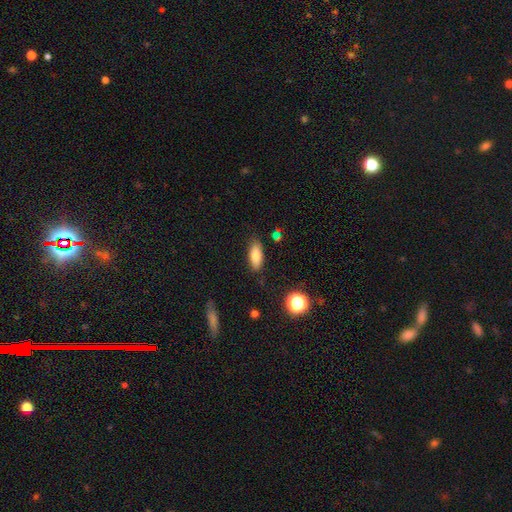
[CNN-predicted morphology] A smooth galaxy with no disk features (81%) that is in between round and cigar-shaped (75%). Merging: none (83%).